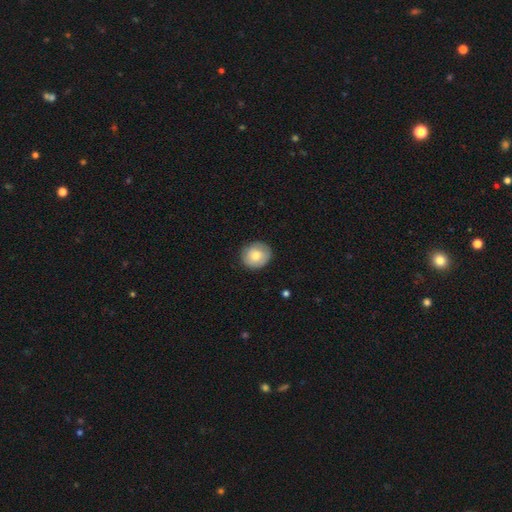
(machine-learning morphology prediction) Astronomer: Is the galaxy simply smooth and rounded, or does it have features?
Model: smooth — 73%.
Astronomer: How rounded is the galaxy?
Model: round — 81%.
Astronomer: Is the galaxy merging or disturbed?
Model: none — 84%.